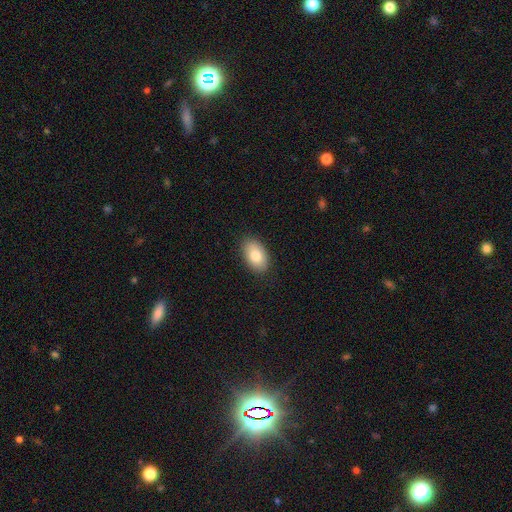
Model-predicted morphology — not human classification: Smooth or featured? Predicted: smooth (p=0.81). How rounded? Predicted: in between (p=0.92). Merging? Predicted: none (p=0.87).